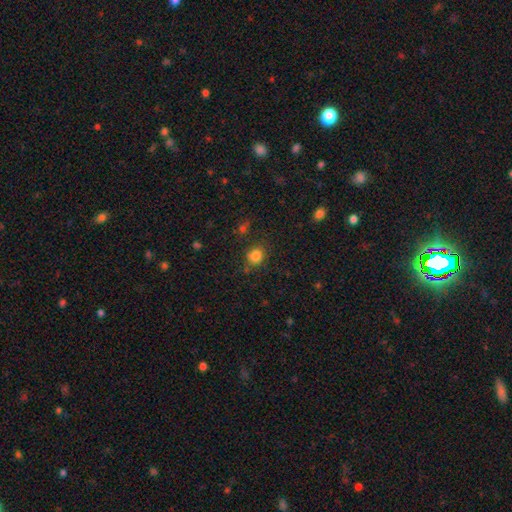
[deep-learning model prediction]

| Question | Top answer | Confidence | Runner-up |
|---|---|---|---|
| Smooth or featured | smooth | 81% | star or artifact (13%) |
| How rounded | round | 73% | in between (26%) |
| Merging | none | 77% | minor disturbance (14%) |